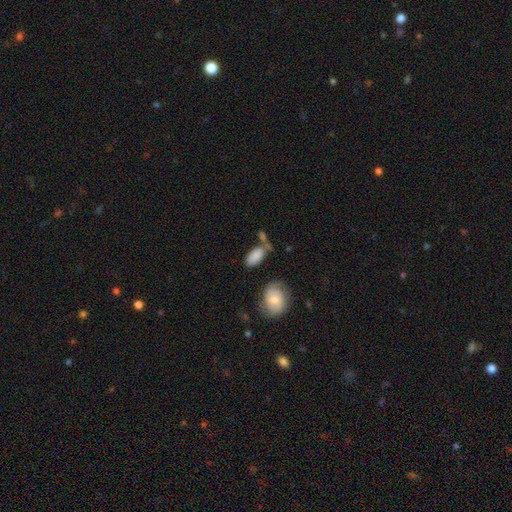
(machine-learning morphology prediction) smooth-or-featured: smooth: 85% | featured or disk: 9% | star or artifact: 7%
  how-rounded: in between: 93% | cigar-shaped: 4% | round: 3%
  merging: none: 53% | merger: 19% | minor disturbance: 19% | major disturbance: 8%